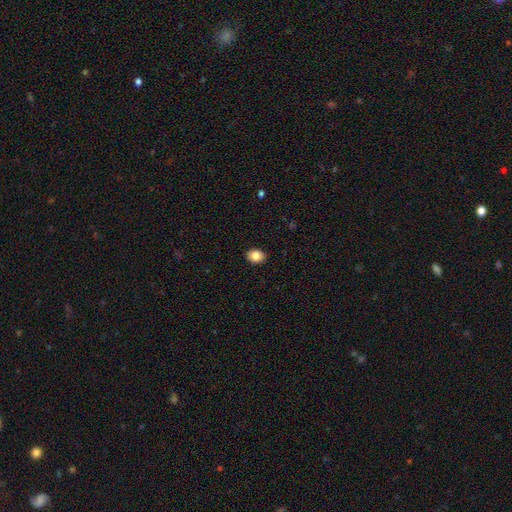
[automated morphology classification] The model was most divided on "how rounded": in between: 61%, round: 38%, cigar-shaped: 1%. More confident: merging — none (90%); smooth or featured — smooth (84%).